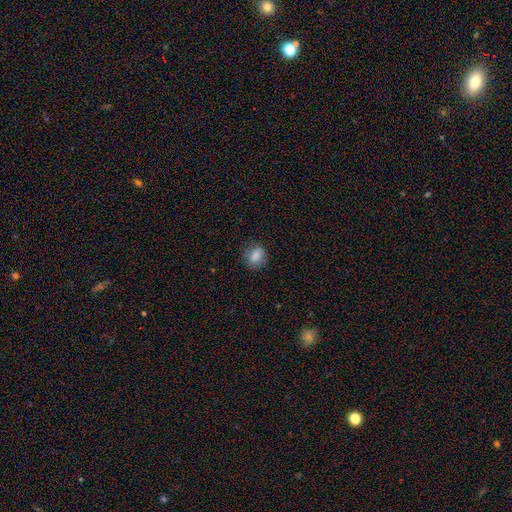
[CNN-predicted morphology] Smooth or featured: smooth — 84% (star or artifact — 9%)
How rounded: round — 54% (in between — 44%)
Merging: none — 76% (minor disturbance — 17%)